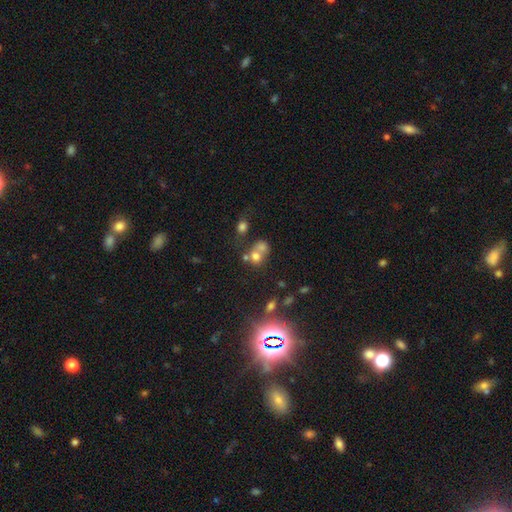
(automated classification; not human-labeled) A smooth galaxy with no disk features (65%) that is round (68%). Merging: merger (53%).